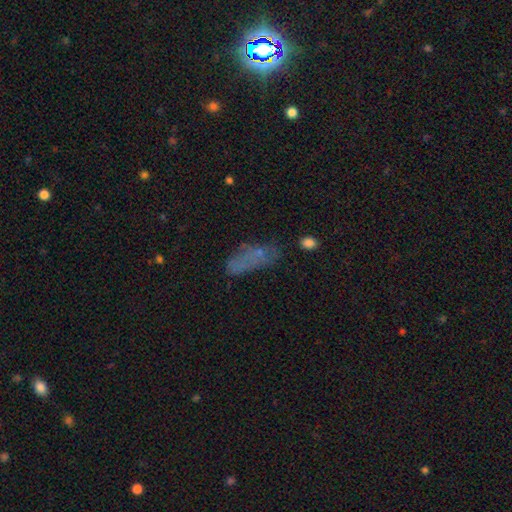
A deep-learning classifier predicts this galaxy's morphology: smooth-or-featured: smooth: 57% | featured or disk: 24% | star or artifact: 19%
  how-rounded: in between: 69% | cigar-shaped: 26% | round: 5%
  merging: none: 49% | minor disturbance: 25% | major disturbance: 19% | merger: 7%